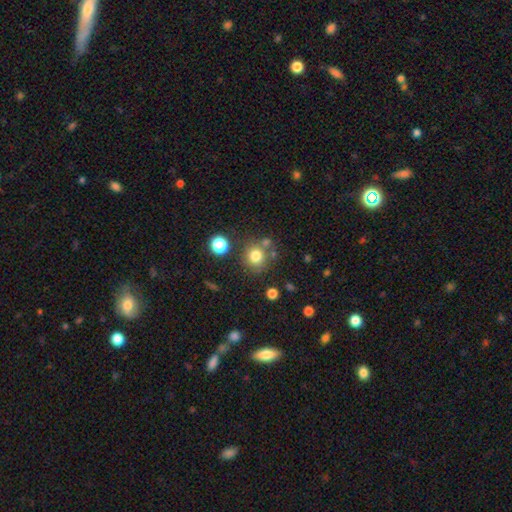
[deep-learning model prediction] Smooth or featured: smooth — 79% (star or artifact — 13%)
How rounded: round — 88% (in between — 12%)
Merging: none — 72% (minor disturbance — 12%)